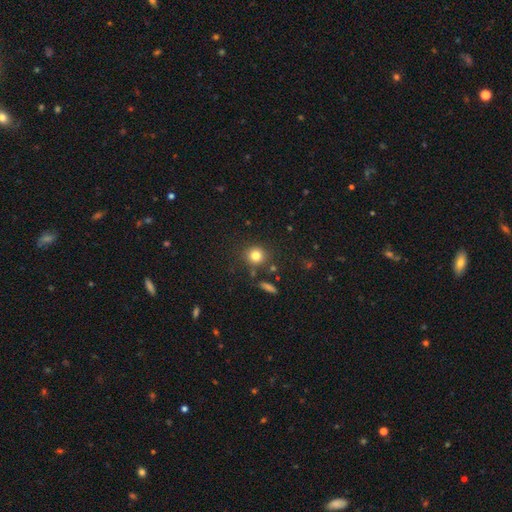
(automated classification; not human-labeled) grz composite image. It shows a smooth galaxy with no disk features (80%) that is round (88%). Merging: none (82%).